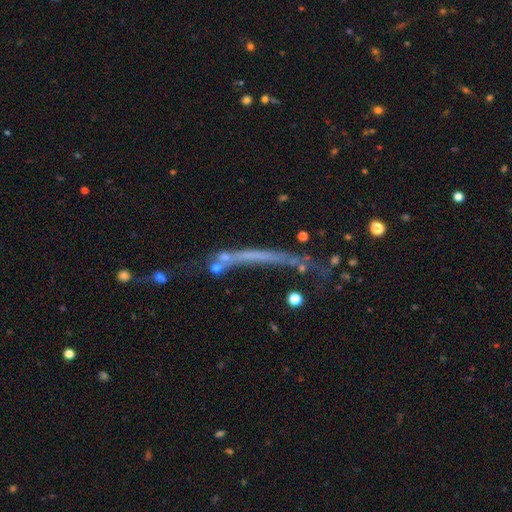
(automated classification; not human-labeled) Smooth or featured? Predicted: featured or disk (p=0.44). Merging? Predicted: none (p=0.45).